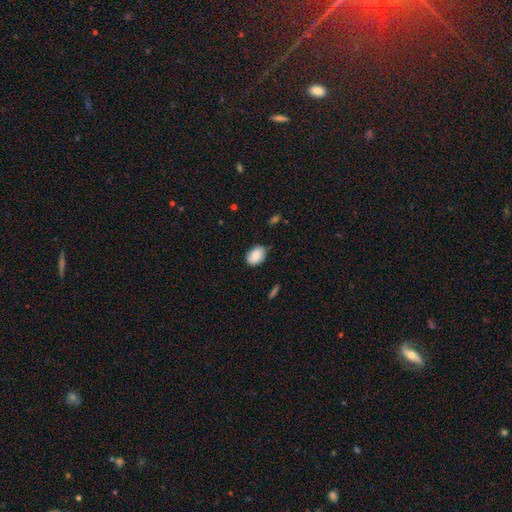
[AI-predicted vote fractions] A smooth galaxy with no disk features (82%) that is in between round and cigar-shaped (80%). Merging: none (79%).